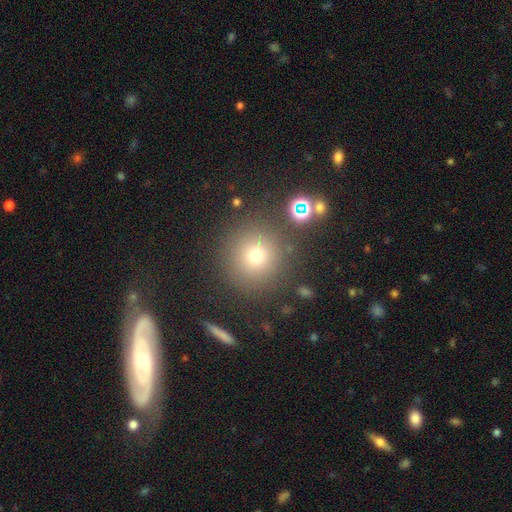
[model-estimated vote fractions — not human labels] This is likely a smooth galaxy (70%). How rounded: clearly round (94%). Merging: clearly none (85%).